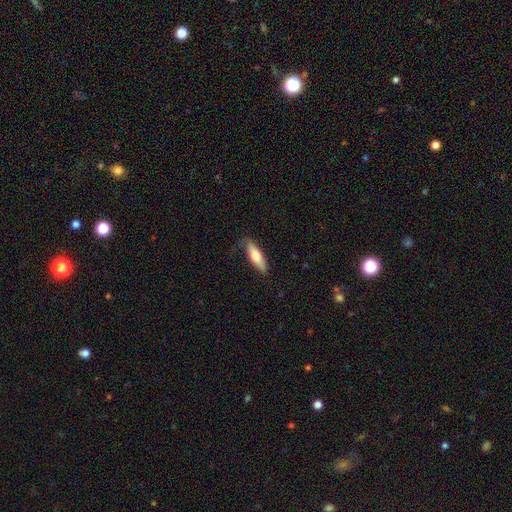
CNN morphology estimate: Smooth or featured? smooth (72%)
How rounded? cigar-shaped (51%)
Merging? none (70%)